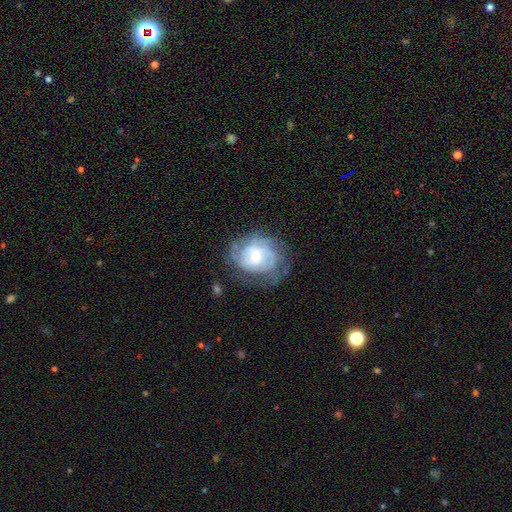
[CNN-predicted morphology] smooth-or-featured: featured or disk: 68% | smooth: 25% | star or artifact: 7%
  disk-edge-on: no: 98% | yes: 2%
    bar: no: 55% | weak: 38% | strong: 7%
    has-spiral-arms: yes: 82% | no: 18%
      spiral-winding: tight: 50% | medium: 36% | loose: 13%
      spiral-arm-count: can't tell: 46% | 2: 26% | 3: 14% | 4: 5% | 1: 5% | more than 4: 4%
    bulge-size: moderate: 43% | small: 42% | large: 9% | none: 4% | dominant: 2%
  merging: none: 57% | minor disturbance: 24% | major disturbance: 18% | merger: 2%